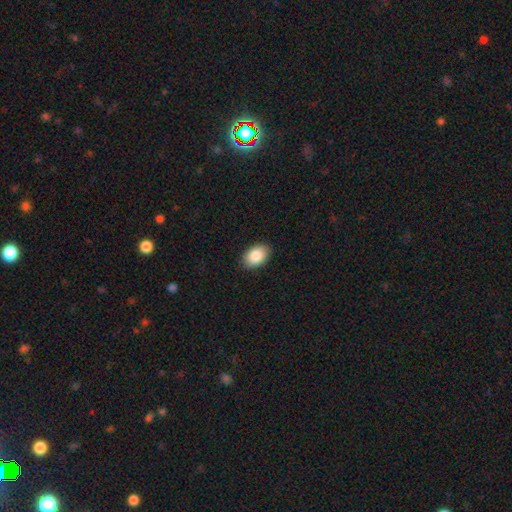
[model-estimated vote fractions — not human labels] Smooth or featured? Predicted: smooth (p=0.87). How rounded? Predicted: in between (p=0.90). Merging? Predicted: none (p=0.89).